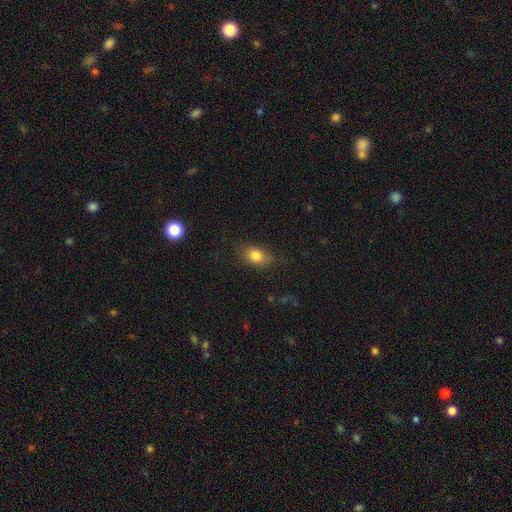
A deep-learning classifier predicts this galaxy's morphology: This is clearly a smooth galaxy (82%). How rounded: likely in between (75%). Merging: likely none (79%).